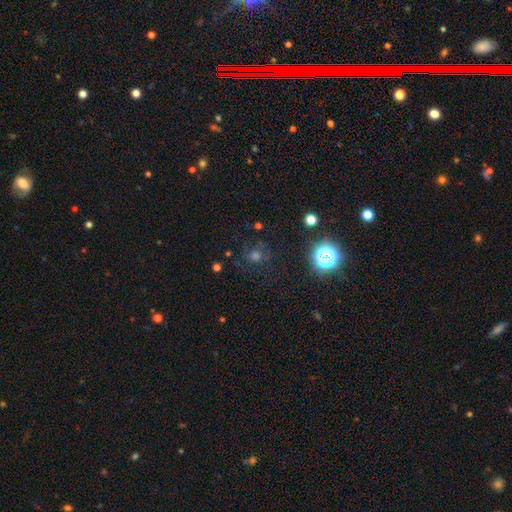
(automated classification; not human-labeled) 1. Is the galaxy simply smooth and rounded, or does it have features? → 45% star or artifact, 40% smooth, 15% featured or disk.